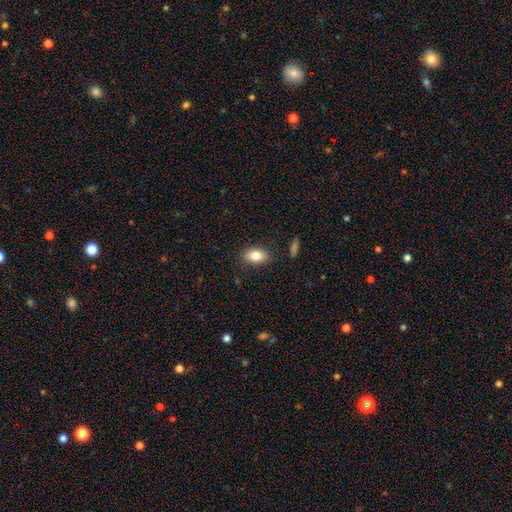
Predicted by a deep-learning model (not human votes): Smooth or featured? Predicted: smooth (p=0.82). How rounded? Predicted: in between (p=0.87). Merging? Predicted: none (p=0.85).